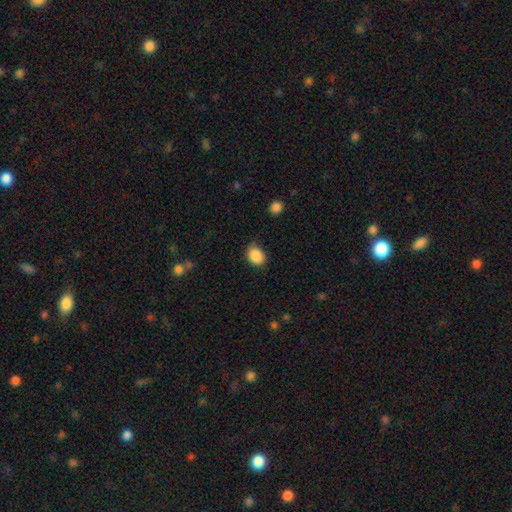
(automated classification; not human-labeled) Smooth or featured? smooth (88%)
How rounded? in between (67%)
Merging? none (80%)